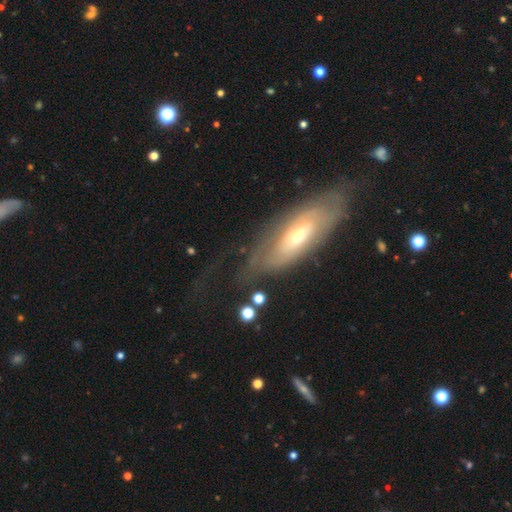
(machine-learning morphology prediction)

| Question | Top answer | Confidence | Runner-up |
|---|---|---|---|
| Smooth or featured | featured or disk | 66% | smooth (24%) |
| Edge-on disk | no | 71% | yes (29%) |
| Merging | none | 71% | minor disturbance (18%) |